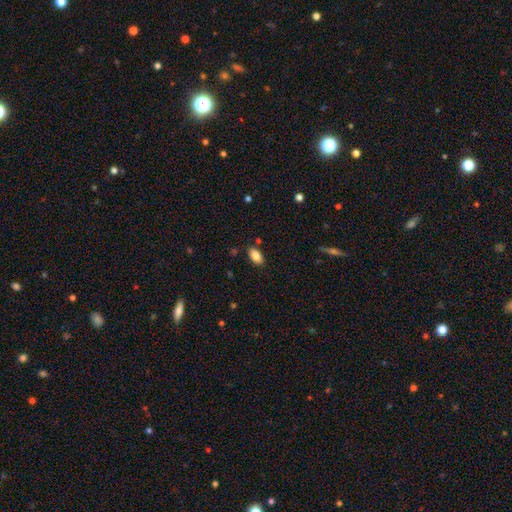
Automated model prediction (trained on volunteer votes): Morphology: type=smooth (86%); roundness=in between (93%); merging=none (85%).